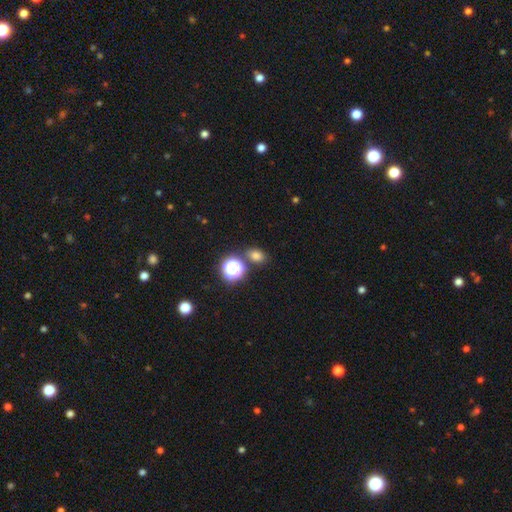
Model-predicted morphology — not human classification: Smooth or featured? Predicted: smooth (p=0.73). How rounded? Predicted: in between (p=0.60). Merging? Predicted: none (p=0.77).